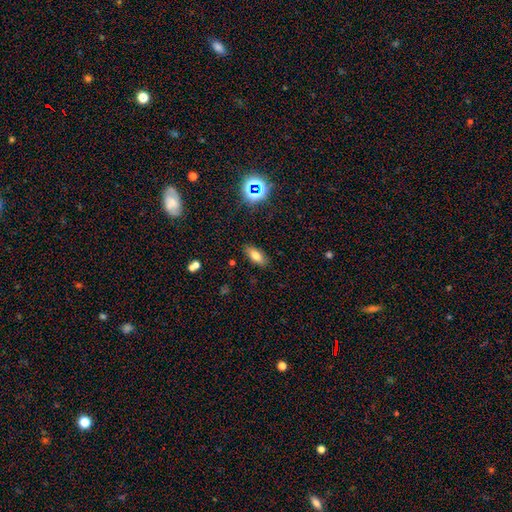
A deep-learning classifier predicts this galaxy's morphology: This appears to be a smooth galaxy with no disk features (71%) that is in between round and cigar-shaped (79%). Merging: none (85%).